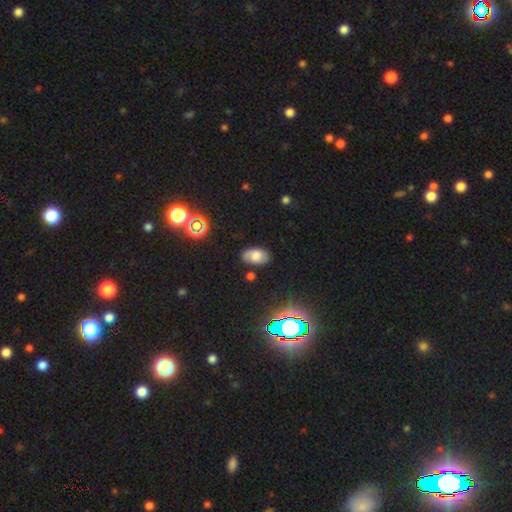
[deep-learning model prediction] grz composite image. It shows a smooth galaxy with no disk features (67%) that is in between round and cigar-shaped (92%). Merging: none (78%).